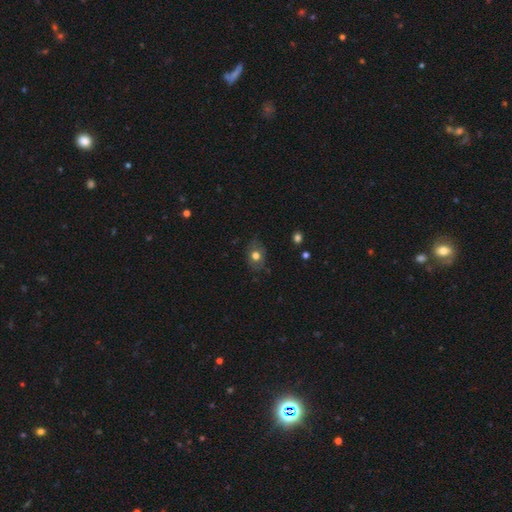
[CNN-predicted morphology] Smooth or featured?
  - smooth: 67% *
  - featured or disk: 21%
  - star or artifact: 12%
How rounded?
  - in between: 51% *
  - round: 48%
  - cigar-shaped: 1%
Merging?
  - none: 75% *
  - minor disturbance: 18%
  - major disturbance: 5%
  - merger: 1%